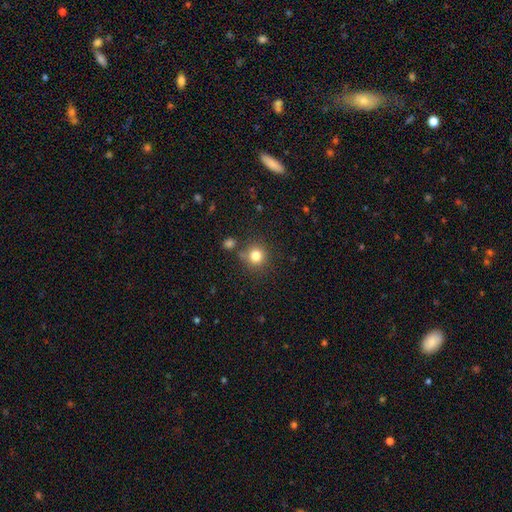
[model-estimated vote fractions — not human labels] Overall: smooth (80%). How rounded: round (91%). Merging: none (76%).